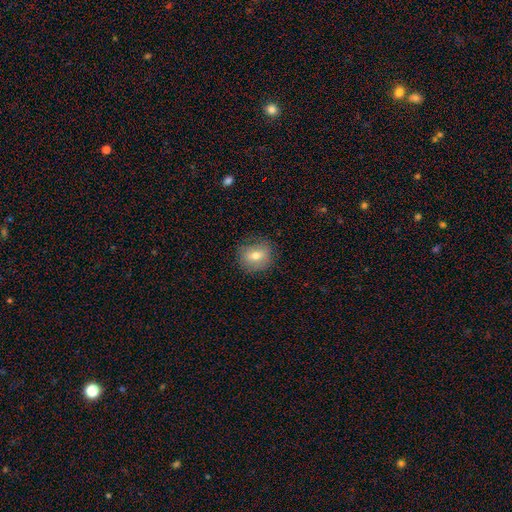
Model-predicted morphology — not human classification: smooth 69%, featured or disk 21%, star or artifact 10%. Down the decision tree: how rounded — round (75%); merging — none (83%).